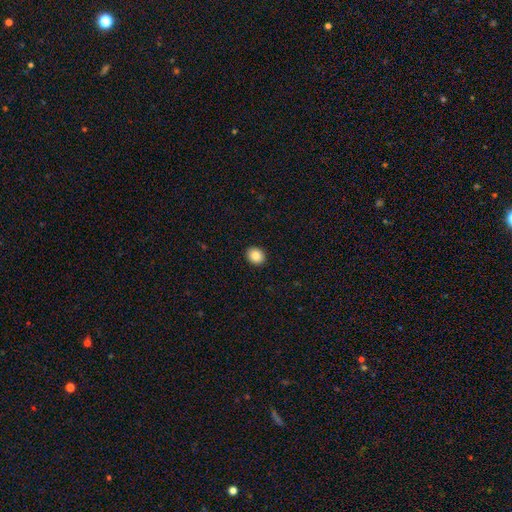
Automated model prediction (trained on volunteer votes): smooth_or_featured: smooth (p=0.85) [alt: star or artifact p=0.09]
how_rounded: round (p=0.58) [alt: in between p=0.41]
merging: none (p=0.92) [alt: minor disturbance p=0.05]